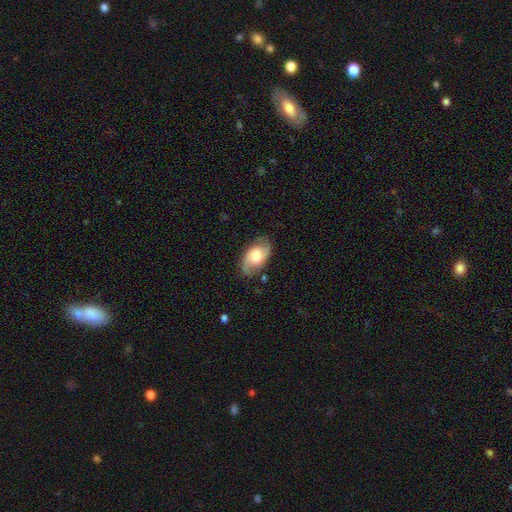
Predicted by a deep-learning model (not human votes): Q: Smooth or featured?
A: featured or disk (64%); runner-up: smooth (29%)
Q: Edge-on disk?
A: no (95%); runner-up: yes (5%)
Q: Bar?
A: no (61%); runner-up: weak (33%)
Q: Spiral arms?
A: yes (89%); runner-up: no (11%)
Q: Spiral winding?
A: medium (46%); runner-up: loose (33%)
Q: Spiral arm count?
A: 2 (87%); runner-up: can't tell (6%)
Q: Bulge size?
A: moderate (41%); runner-up: large (36%)
Q: Merging?
A: none (78%); runner-up: minor disturbance (16%)